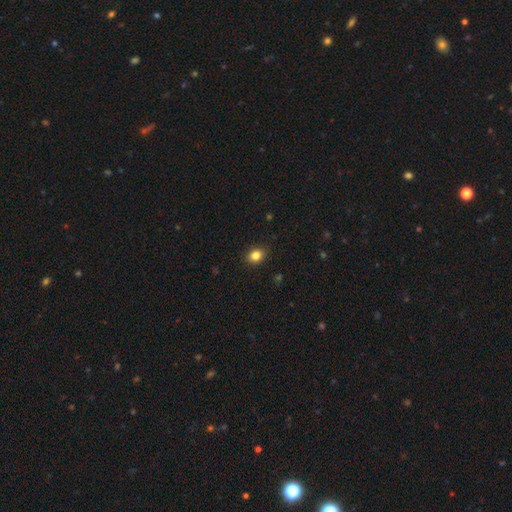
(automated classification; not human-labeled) Smooth or featured: smooth — 83% (star or artifact — 11%)
How rounded: in between — 52% (round — 47%)
Merging: none — 89% (minor disturbance — 8%)